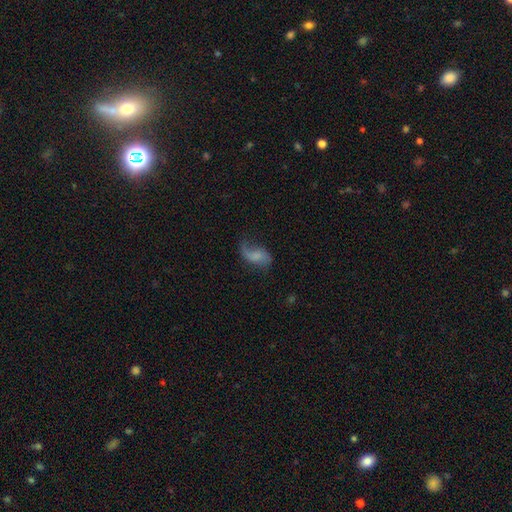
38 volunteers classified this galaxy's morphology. smooth-or-featured: featured or disk: 71% | smooth: 26% | star or artifact: 3%
  disk-edge-on: no: 100% | yes: 0%
    bar: no: 59% | weak: 37% | strong: 4%
    has-spiral-arms: yes: 93% | no: 7%
      spiral-winding: loose: 80% | medium: 16% | tight: 4%
      spiral-arm-count: 1: 52% | 2: 44% | can't tell: 4% | 3: 0% | 4: 0% | more than 4: 0%
    bulge-size: none: 70% | moderate: 15% | small: 15% | dominant: 0% | large: 0%
  merging: none: 65% | minor disturbance: 22% | major disturbance: 14% | merger: 0%